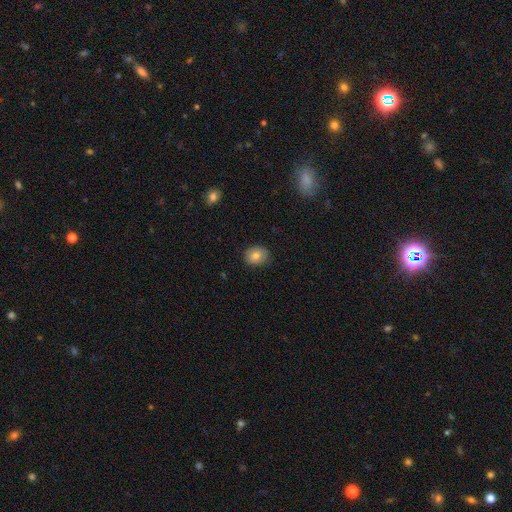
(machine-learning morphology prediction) The model was most divided on "how rounded": round: 60%, in between: 39%, cigar-shaped: 1%. More confident: merging — none (82%); smooth or featured — smooth (78%).